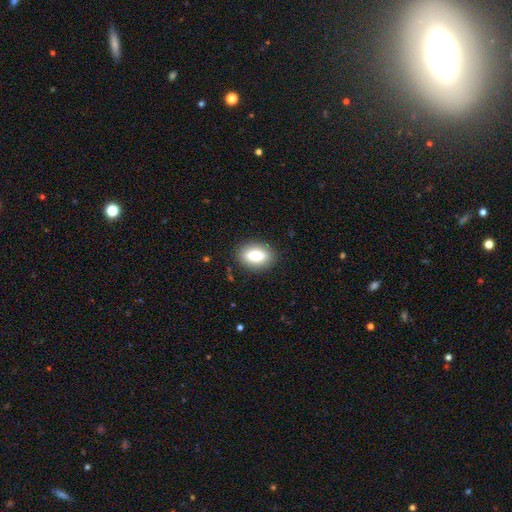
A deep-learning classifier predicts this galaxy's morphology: A smooth galaxy with no disk features (82%) that is in between round and cigar-shaped (85%).

Vote fractions:
- Smooth or featured? smooth: 82% / featured or disk: 11% / star or artifact: 8%
- How rounded? in between: 85% / round: 12% / cigar-shaped: 3%
- Merging? none: 87% / minor disturbance: 9% / major disturbance: 3% / merger: 1%